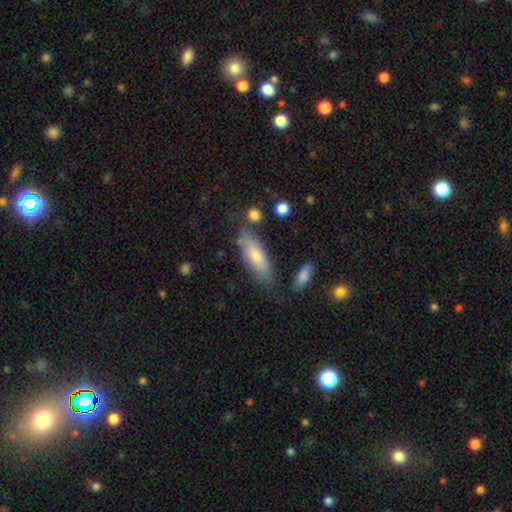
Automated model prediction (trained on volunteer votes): smooth_or_featured: smooth (p=0.69) [alt: featured or disk p=0.25]
how_rounded: in between (p=0.60) [alt: cigar-shaped p=0.38]
merging: none (p=0.72) [alt: minor disturbance p=0.18]